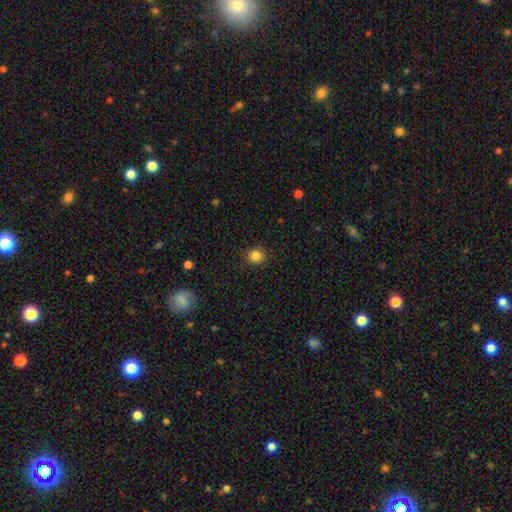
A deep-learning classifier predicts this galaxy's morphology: A smooth galaxy with no disk features (85%) that is round (89%). Merging: none (89%).